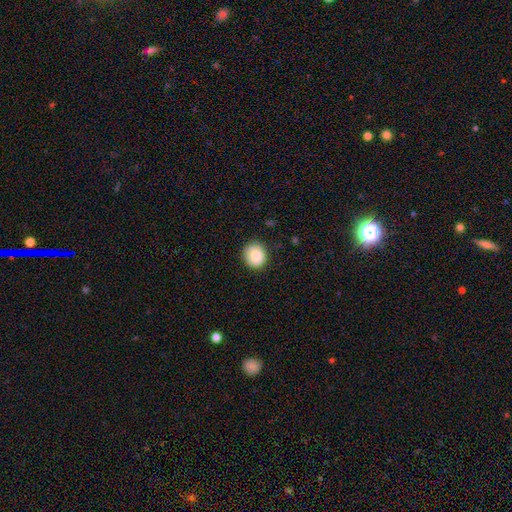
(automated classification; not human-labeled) Q: Smooth or featured?
A: smooth (85%); runner-up: star or artifact (8%)
Q: How rounded?
A: round (81%); runner-up: in between (19%)
Q: Merging?
A: none (86%); runner-up: minor disturbance (11%)